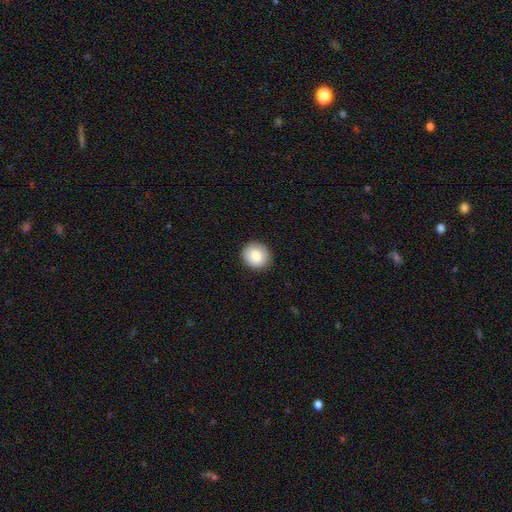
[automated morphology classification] Overall: smooth (83%). How rounded: round (84%). Merging: none (90%).